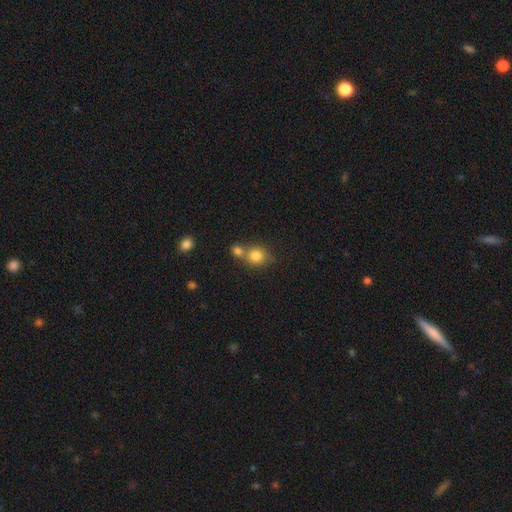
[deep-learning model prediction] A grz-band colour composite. It shows a smooth galaxy with no disk features (82%) that is round (81%). Merging: none (46%).